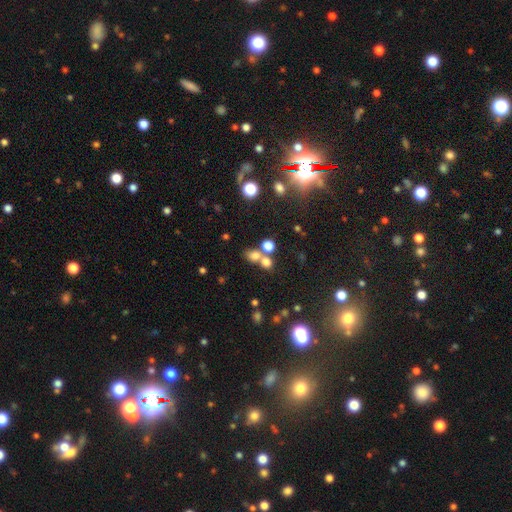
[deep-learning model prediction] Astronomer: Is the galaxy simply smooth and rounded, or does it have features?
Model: smooth — 68%.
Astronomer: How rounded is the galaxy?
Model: round — 62% (runner-up: in between, 37%).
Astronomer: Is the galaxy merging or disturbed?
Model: none — 47% (runner-up: merger, 40%).